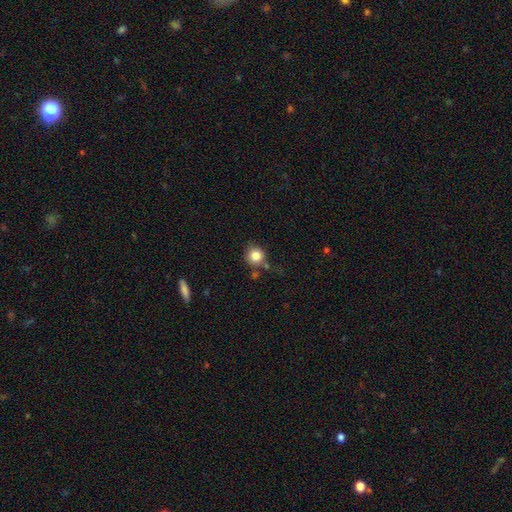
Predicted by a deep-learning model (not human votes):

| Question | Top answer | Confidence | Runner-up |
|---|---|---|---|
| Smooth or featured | smooth | 83% | star or artifact (10%) |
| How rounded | round | 90% | in between (9%) |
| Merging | none | 69% | minor disturbance (16%) |